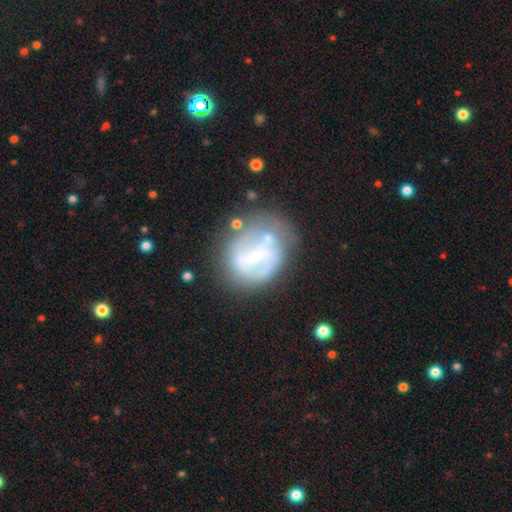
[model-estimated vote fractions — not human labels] A featured or disk galaxy (57%) with a weak bar (34%), no spiral arms (66%) and no central bulge (46%).

Vote fractions:
- Smooth or featured? featured or disk: 57% / smooth: 32% / star or artifact: 10%
- Edge-on disk? no: 97% / yes: 3%
- Bar? weak: 34% / no: 33% / strong: 33%
- Spiral arms? no: 66% / yes: 34%
- Bulge size? none: 46% / small: 33% / moderate: 15% / large: 4% / dominant: 2%
- Merging? none: 47% / minor disturbance: 23% / major disturbance: 20% / merger: 11%